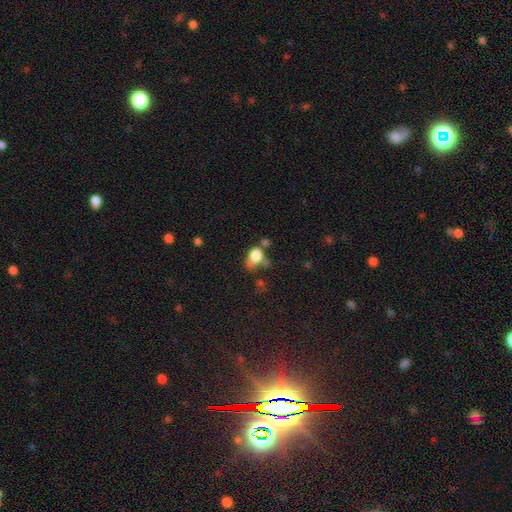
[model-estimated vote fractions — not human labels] A smooth galaxy with no disk features (77%) that is in between round and cigar-shaped (63%). Merging: none (33%).